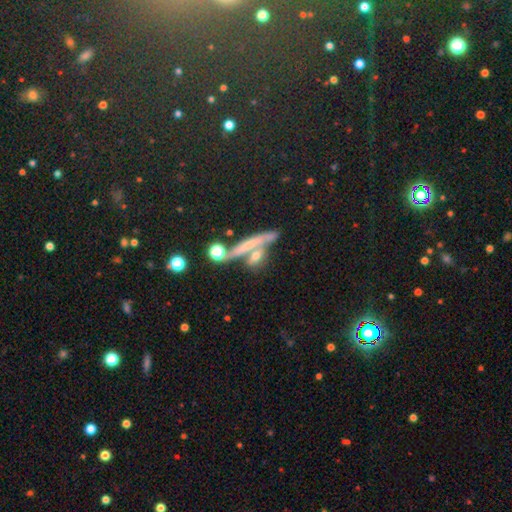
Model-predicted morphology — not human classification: A smooth galaxy with no disk features (49%).

Vote fractions:
- Smooth or featured? smooth: 49% / featured or disk: 39% / star or artifact: 12%
- Merging? merger: 40% (tied) / none: 40% (tied) / minor disturbance: 12% / major disturbance: 8%